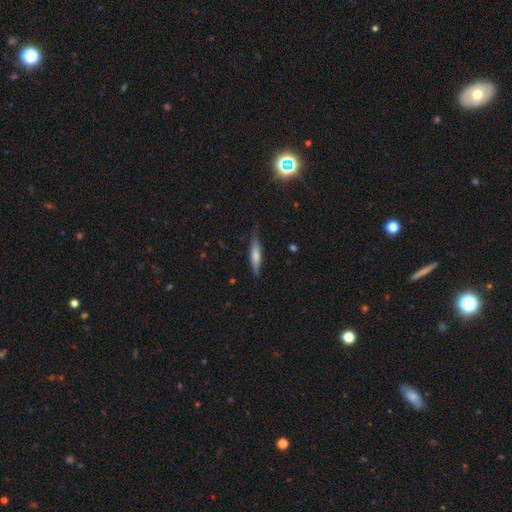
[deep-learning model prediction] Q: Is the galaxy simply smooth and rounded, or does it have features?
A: smooth — 58%.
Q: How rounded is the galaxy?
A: cigar-shaped — 82%.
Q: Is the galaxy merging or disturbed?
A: none — 74%.